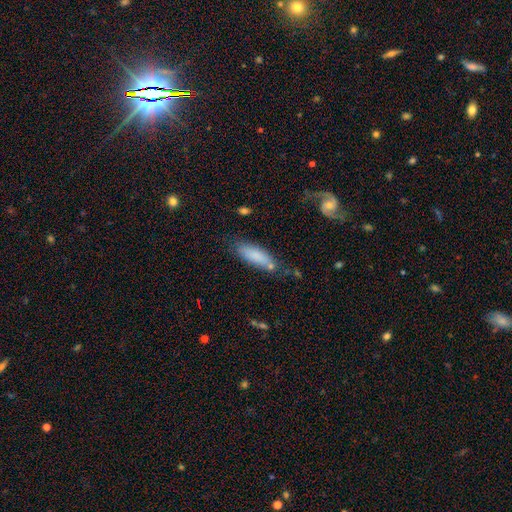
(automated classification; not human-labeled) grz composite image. It shows a smooth galaxy with no disk features (82%) that is in between round and cigar-shaped (52%). Merging: none (66%).